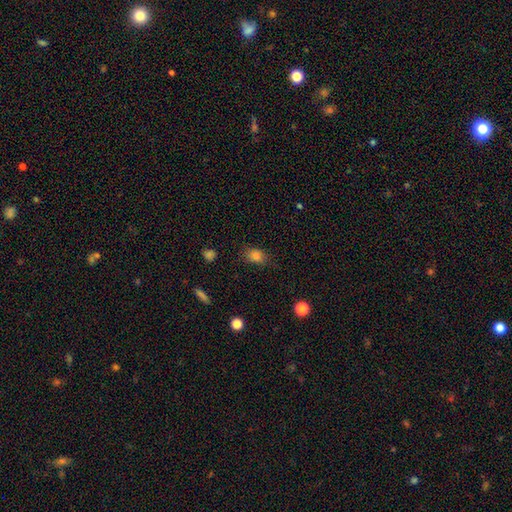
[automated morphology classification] A smooth galaxy with no disk features (82%) that is in between round and cigar-shaped (69%).

Vote fractions:
- Smooth or featured? smooth: 82% / star or artifact: 13% / featured or disk: 6%
- How rounded? in between: 69% / round: 29% / cigar-shaped: 2%
- Merging? none: 75% / minor disturbance: 18% / major disturbance: 5% / merger: 2%